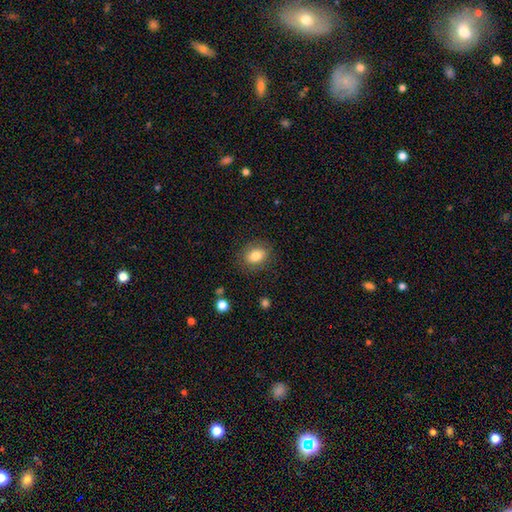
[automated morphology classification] Smooth or featured? smooth (81%)
How rounded? in between (62%)
Merging? none (83%)